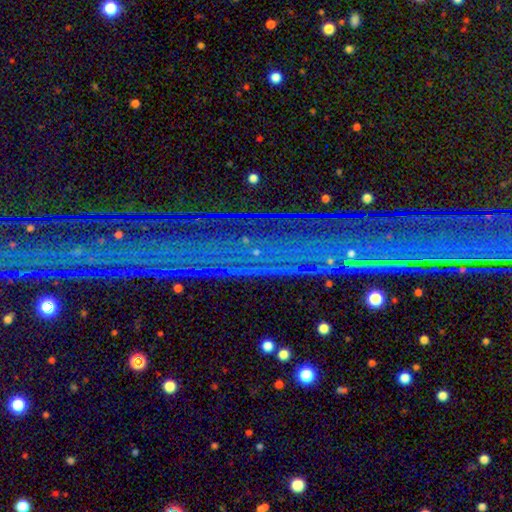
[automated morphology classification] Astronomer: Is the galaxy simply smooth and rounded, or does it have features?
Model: star or artifact — 81%.